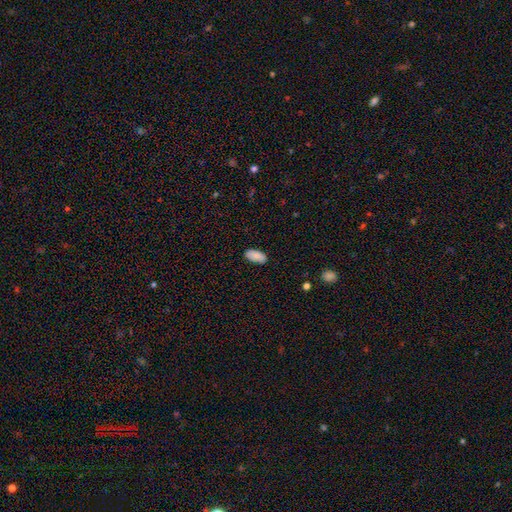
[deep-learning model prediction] Overall: smooth (87%). How rounded: in between (93%). Merging: none (84%).